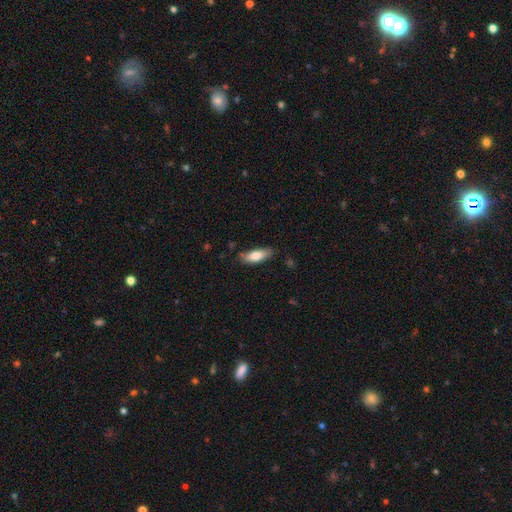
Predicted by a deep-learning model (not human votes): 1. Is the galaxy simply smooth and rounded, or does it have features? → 77% smooth, 17% featured or disk, 6% star or artifact.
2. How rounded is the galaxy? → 71% in between, 27% cigar-shaped, 2% round.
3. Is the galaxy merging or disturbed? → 76% none, 18% minor disturbance, 3% major disturbance, 2% merger.